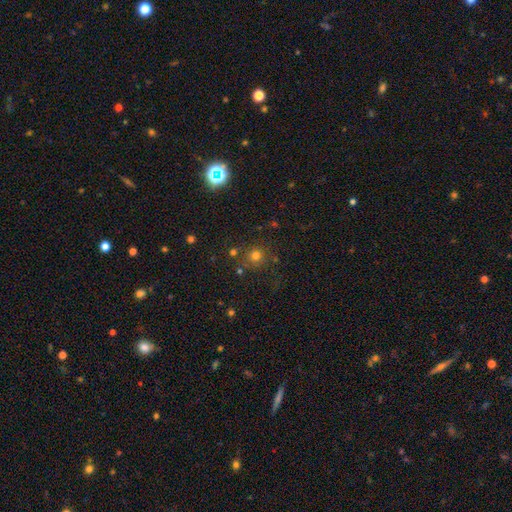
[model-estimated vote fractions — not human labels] Morphology: type=smooth (72%); roundness=round (91%); merging=none (77%).